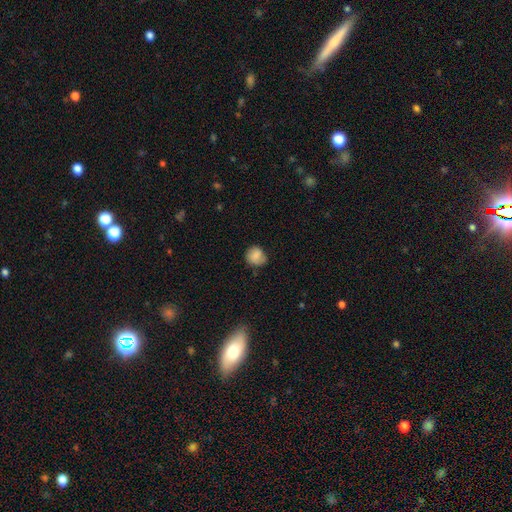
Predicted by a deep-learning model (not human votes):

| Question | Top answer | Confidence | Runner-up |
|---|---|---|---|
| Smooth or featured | smooth | 81% | featured or disk (10%) |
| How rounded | round | 79% | in between (20%) |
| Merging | none | 61% | minor disturbance (29%) |